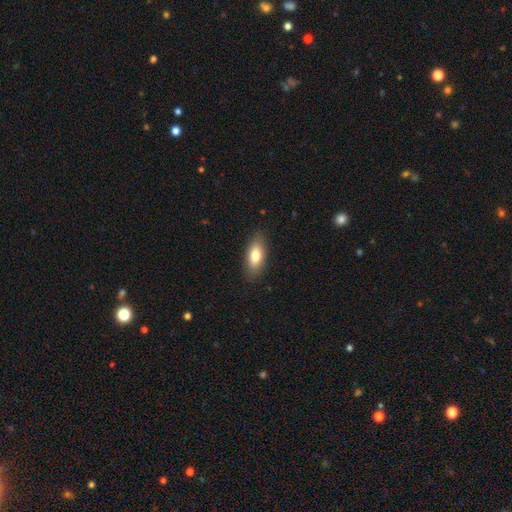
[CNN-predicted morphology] Smooth or featured: smooth — 77% (featured or disk — 16%)
How rounded: in between — 80% (cigar-shaped — 17%)
Merging: none — 86% (minor disturbance — 11%)